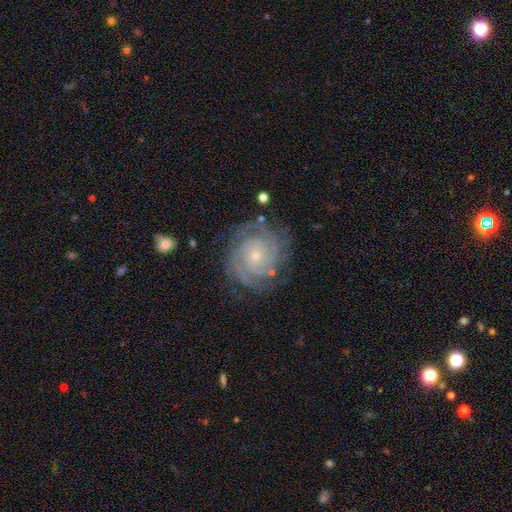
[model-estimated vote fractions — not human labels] A featured or disk galaxy (88%) with no bar (80%), 3 (27%) tight (77%) spiral arms (98%) and a small central bulge (80%).

Vote fractions:
- Smooth or featured? featured or disk: 88% / star or artifact: 6% / smooth: 6%
- Edge-on disk? no: 98% / yes: 2%
- Bar? no: 80% / weak: 16% / strong: 4%
- Spiral arms? yes: 98% / no: 2%
- Spiral winding? tight: 77% / medium: 20% / loose: 3%
- Spiral arm count? 3: 27% / 2: 23% / can't tell: 19% / 4: 17% / more than 4: 7% / 1: 6%
- Bulge size? small: 80% / moderate: 16% / none: 1% / large: 1% / dominant: 1%
- Merging? none: 79% / minor disturbance: 15% / major disturbance: 5% / merger: 2%